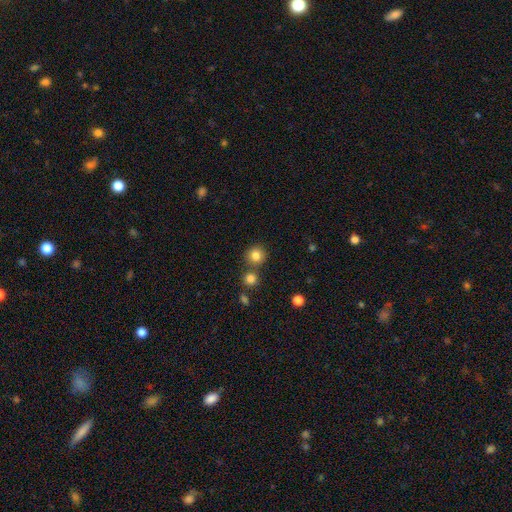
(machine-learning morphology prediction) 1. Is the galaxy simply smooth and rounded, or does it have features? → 82% smooth, 12% star or artifact, 6% featured or disk.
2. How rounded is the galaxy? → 92% round, 7% in between, 1% cigar-shaped.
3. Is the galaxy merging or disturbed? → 74% none, 16% merger, 7% minor disturbance, 3% major disturbance.